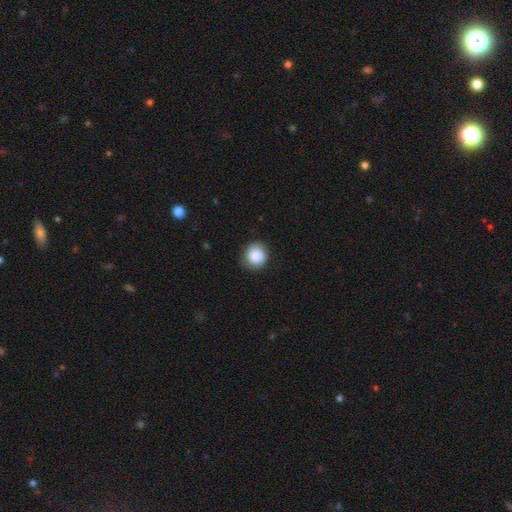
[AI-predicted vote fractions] Overall: smooth (87%). How rounded: round (86%). Merging: none (81%).